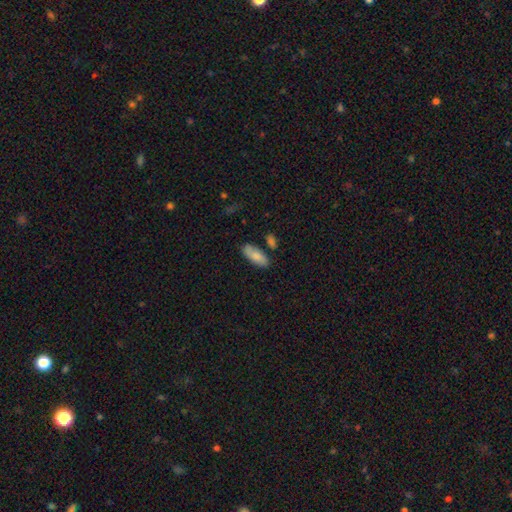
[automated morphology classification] Smooth or featured? Predicted: smooth (p=0.79). How rounded? Predicted: in between (p=0.82). Merging? Predicted: none (p=0.75).